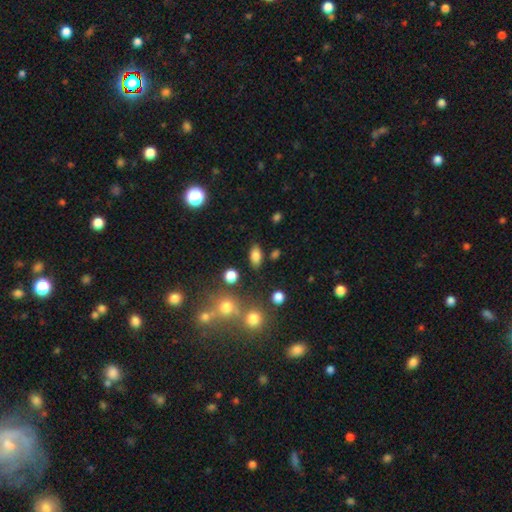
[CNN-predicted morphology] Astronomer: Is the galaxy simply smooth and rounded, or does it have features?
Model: smooth — 81%.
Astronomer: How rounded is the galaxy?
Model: in between — 88%.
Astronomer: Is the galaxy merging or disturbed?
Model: none — 82%.